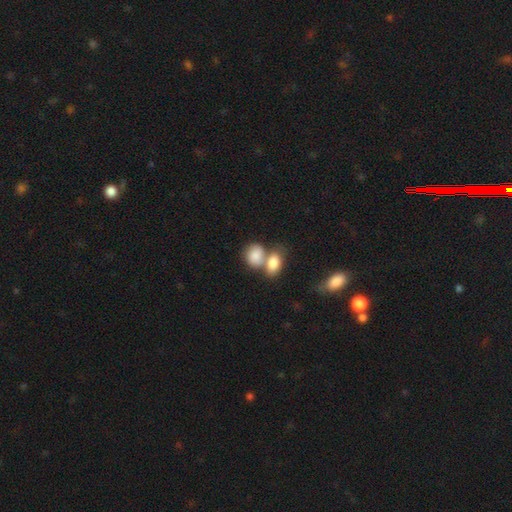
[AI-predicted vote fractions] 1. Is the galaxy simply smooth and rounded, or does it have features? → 83% smooth, 11% featured or disk, 7% star or artifact.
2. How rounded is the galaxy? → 64% in between, 34% round, 2% cigar-shaped.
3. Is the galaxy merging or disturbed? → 59% merger, 27% none, 9% minor disturbance, 4% major disturbance.